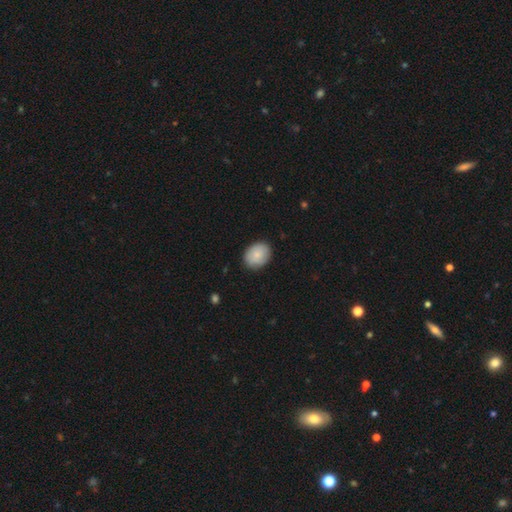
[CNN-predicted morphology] Smooth or featured: smooth — 86% (featured or disk — 8%)
How rounded: in between — 62% (round — 37%)
Merging: none — 87% (minor disturbance — 10%)